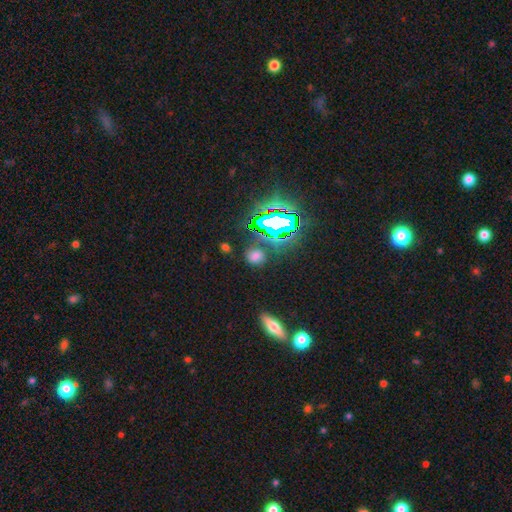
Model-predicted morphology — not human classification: smooth_or_featured: smooth (p=0.58) [alt: star or artifact p=0.34]
how_rounded: round (p=0.67) [alt: in between p=0.31]
merging: none (p=0.79) [alt: minor disturbance p=0.12]